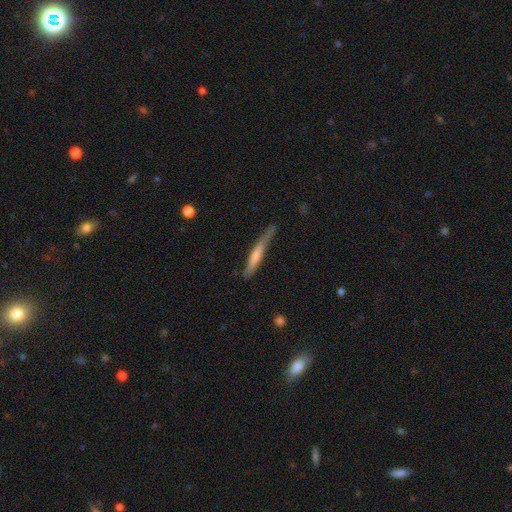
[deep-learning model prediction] Morphology: type=featured or disk (53%); edge-on=yes (92%); merging=none (69%).